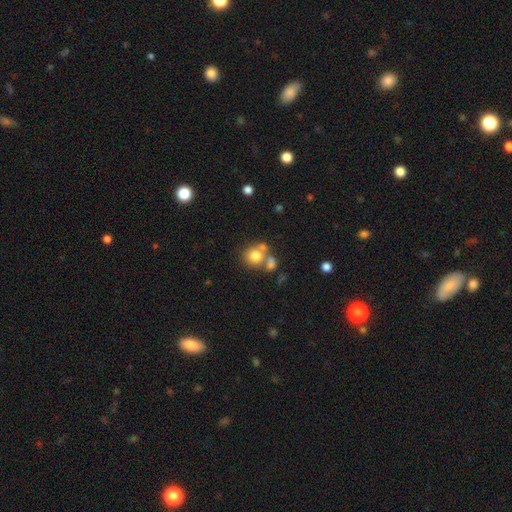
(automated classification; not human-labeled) Overall: smooth (77%). How rounded: round (81%). Merging: none (47%; merger 36%).